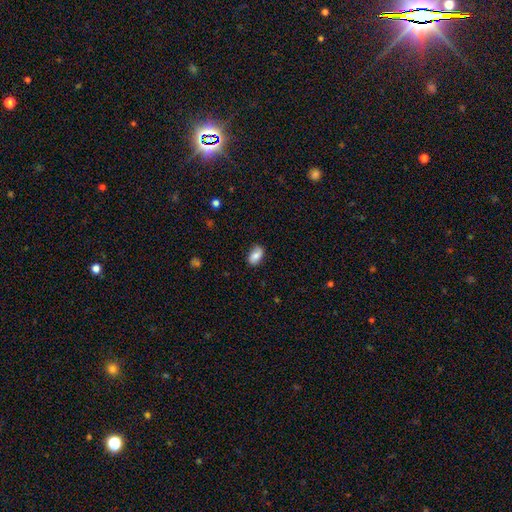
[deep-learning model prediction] Smooth or featured? smooth (78%)
How rounded? in between (91%)
Merging? none (82%)